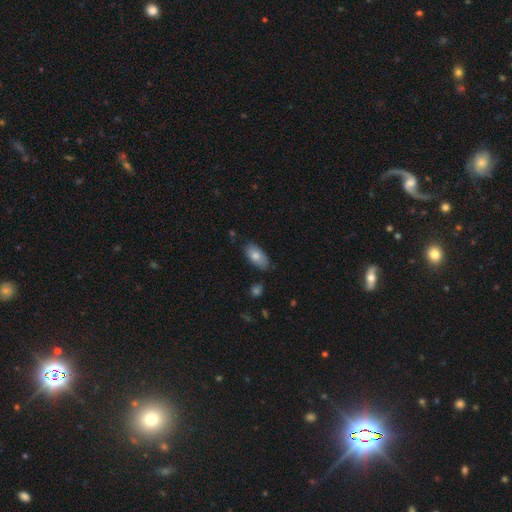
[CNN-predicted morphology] smooth 79%, featured or disk 14%, star or artifact 6%. Down the decision tree: how rounded — in between (92%); merging — none (78%).